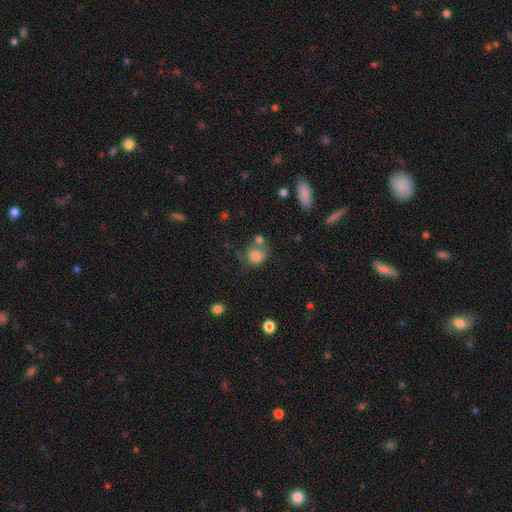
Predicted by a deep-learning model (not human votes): Morphology: type=smooth (77%); roundness=round (69%); merging=none (39%).